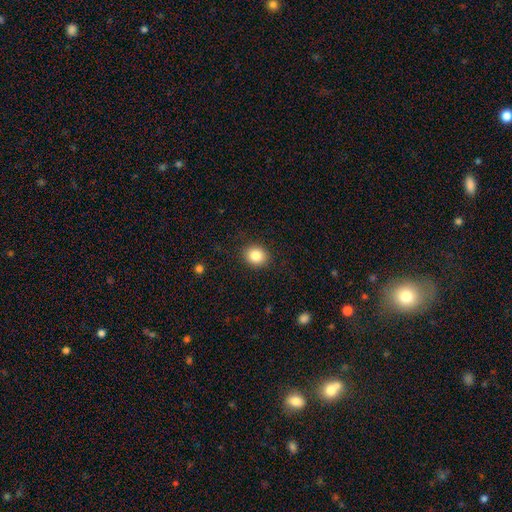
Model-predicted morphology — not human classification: A smooth galaxy with no disk features (84%) that is round (71%).

Vote fractions:
- Smooth or featured? smooth: 84% / star or artifact: 10% / featured or disk: 6%
- How rounded? round: 71% / in between: 29% / cigar-shaped: 1%
- Merging? none: 89% / minor disturbance: 7% / major disturbance: 2% / merger: 1%